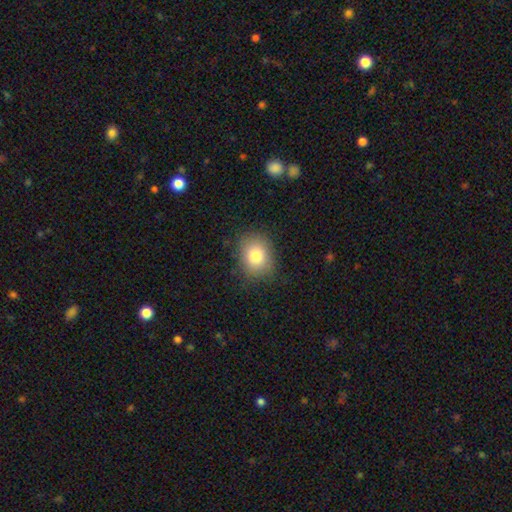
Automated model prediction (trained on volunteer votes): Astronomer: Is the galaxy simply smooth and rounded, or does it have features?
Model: smooth — 81%.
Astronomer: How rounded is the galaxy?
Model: in between — 50% (runner-up: round, 49%).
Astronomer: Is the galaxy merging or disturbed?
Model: none — 82%.